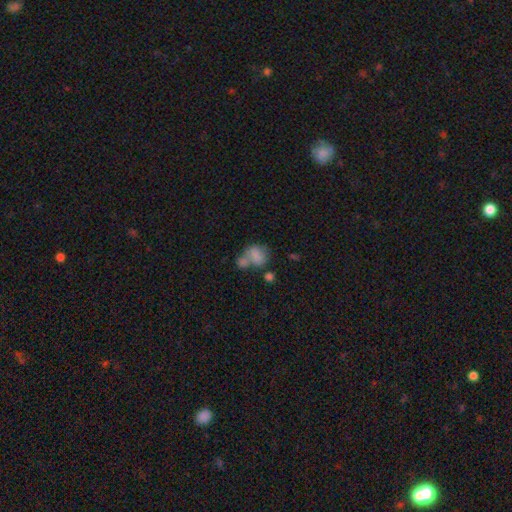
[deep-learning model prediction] The model was most divided on "how rounded": in between: 56%, round: 43%, cigar-shaped: 1%. More confident: smooth or featured — smooth (75%); merging — merger (53%).